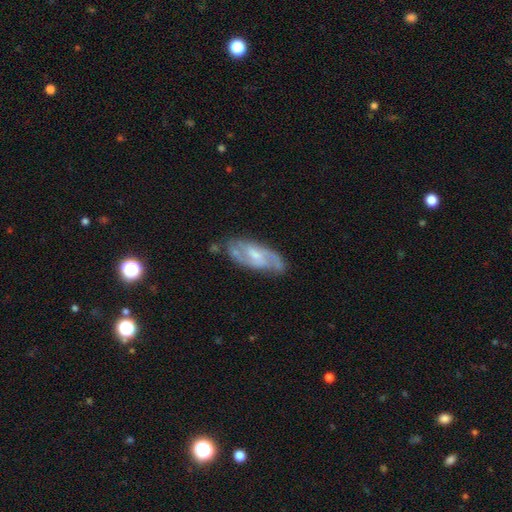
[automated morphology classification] type=featured or disk (77%); edge-on=no (92%); bar=weak (51%); spiral arms=yes (90%); winding=medium (51%); arm count=2 (69%); bulge=small (48%); merging=none (70%).